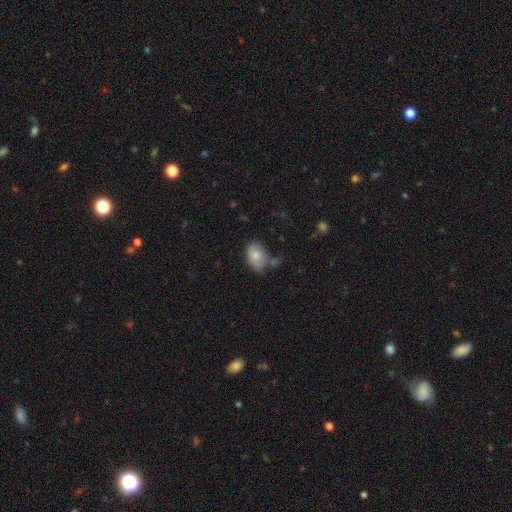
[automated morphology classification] Smooth or featured? smooth (82%)
How rounded? in between (84%)
Merging? none (62%)